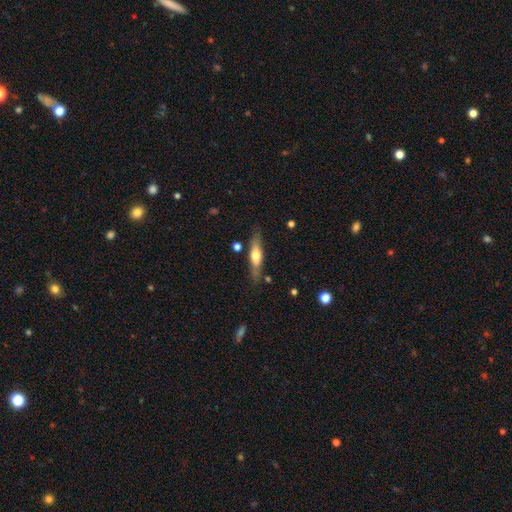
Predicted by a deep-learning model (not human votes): Smooth or featured?
  - smooth: 48% *
  - featured or disk: 46%
  - star or artifact: 6%
Merging?
  - none: 80% *
  - minor disturbance: 14%
  - merger: 3%
  - major disturbance: 3%